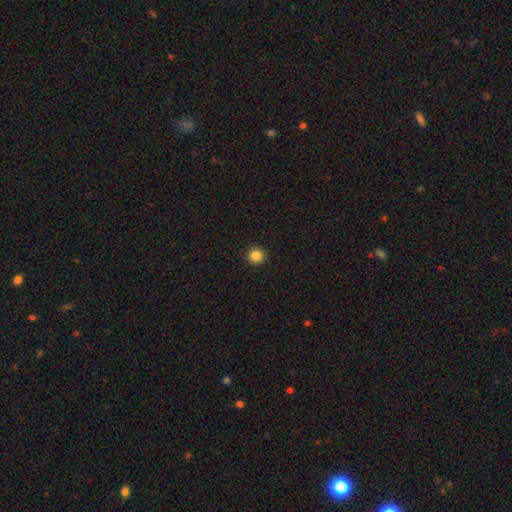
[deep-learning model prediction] Smooth or featured? smooth (85%)
How rounded? round (95%)
Merging? none (93%)